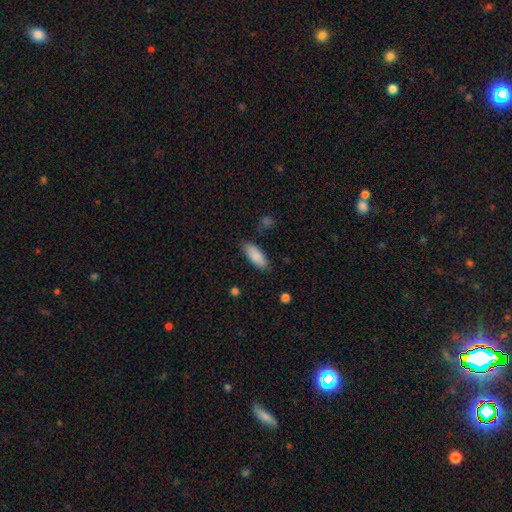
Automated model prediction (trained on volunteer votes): Morphology: type=smooth (88%); roundness=in between (81%); merging=none (82%).